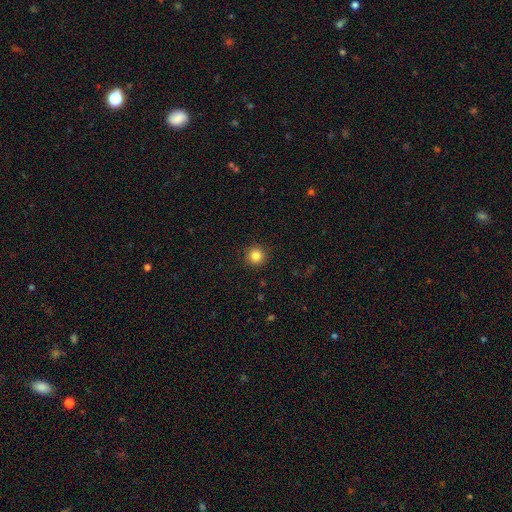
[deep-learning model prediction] Overall: smooth (84%). How rounded: round (95%). Merging: none (92%).